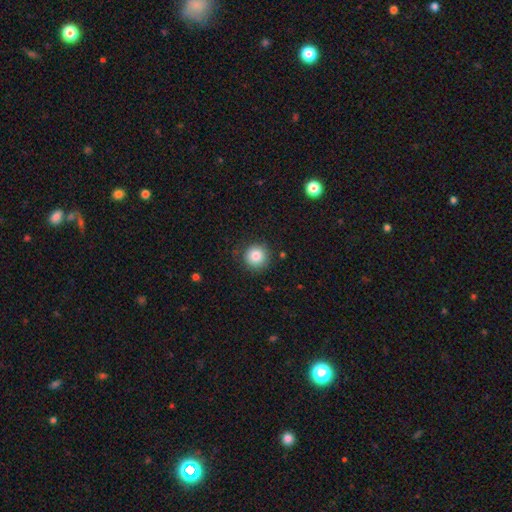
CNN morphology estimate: smooth-or-featured: smooth: 84% | star or artifact: 10% | featured or disk: 6%
  how-rounded: round: 95% | in between: 4% | cigar-shaped: 1%
  merging: none: 85% | minor disturbance: 10% | major disturbance: 3% | merger: 1%